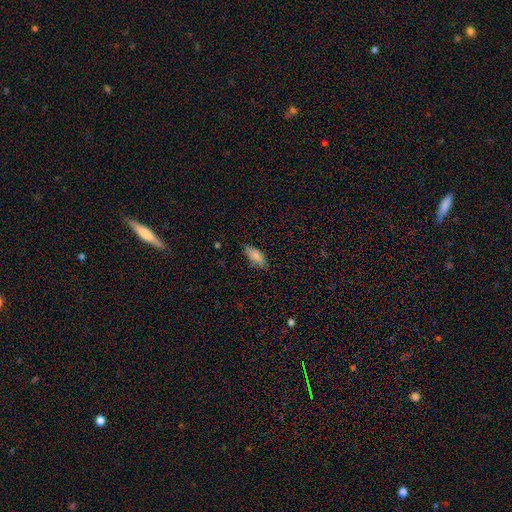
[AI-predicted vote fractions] Smooth or featured?
  - smooth: 82% *
  - featured or disk: 10%
  - star or artifact: 8%
How rounded?
  - in between: 84% *
  - cigar-shaped: 13%
  - round: 2%
Merging?
  - none: 77% *
  - minor disturbance: 19%
  - major disturbance: 3%
  - merger: 1%